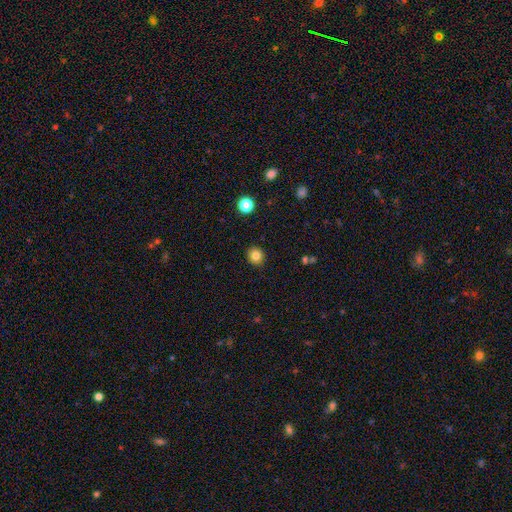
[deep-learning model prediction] smooth_or_featured: smooth (p=0.82) [alt: star or artifact p=0.11]
how_rounded: round (p=0.82) [alt: in between p=0.17]
merging: none (p=0.90) [alt: minor disturbance p=0.07]